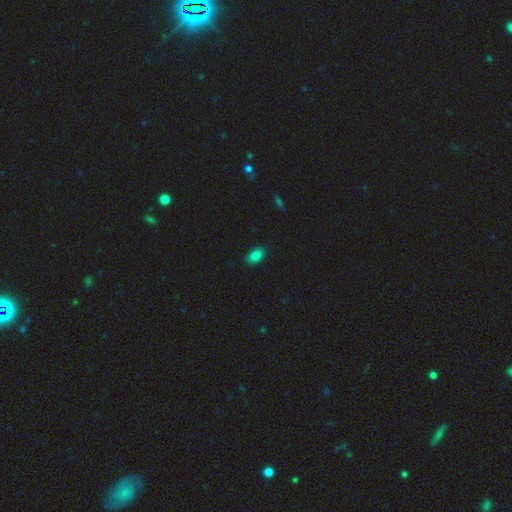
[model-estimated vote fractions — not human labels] smooth-or-featured: smooth: 84% | star or artifact: 10% | featured or disk: 6%
  how-rounded: in between: 91% | round: 6% | cigar-shaped: 3%
  merging: none: 87% | minor disturbance: 10% | major disturbance: 2% | merger: 1%